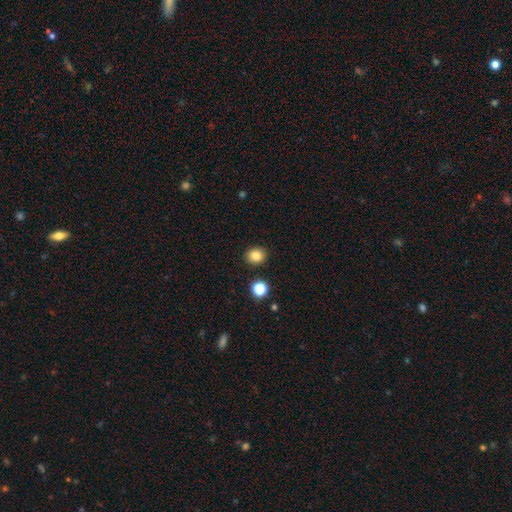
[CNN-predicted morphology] smooth_or_featured: smooth (p=0.83) [alt: star or artifact p=0.12]
how_rounded: round (p=0.76) [alt: in between p=0.23]
merging: none (p=0.89) [alt: minor disturbance p=0.06]